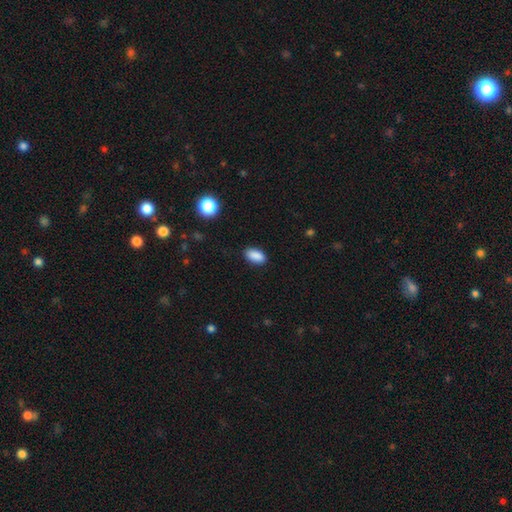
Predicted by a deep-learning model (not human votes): A smooth galaxy with no disk features (88%) that is in between round and cigar-shaped (92%). Merging: none (87%).